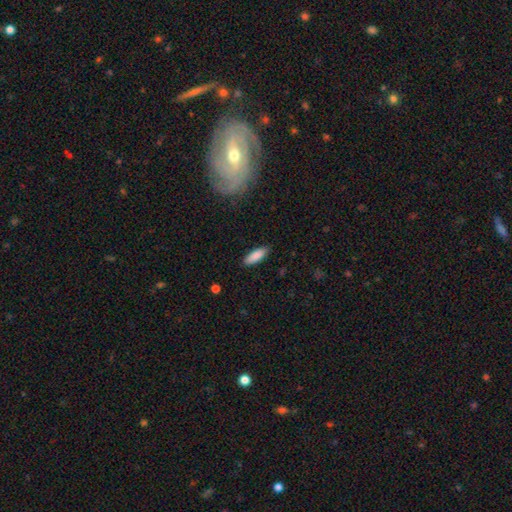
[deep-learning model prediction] Q: Smooth or featured?
A: smooth (87%); runner-up: featured or disk (7%)
Q: How rounded?
A: in between (59%); runner-up: cigar-shaped (39%)
Q: Merging?
A: none (87%); runner-up: minor disturbance (10%)